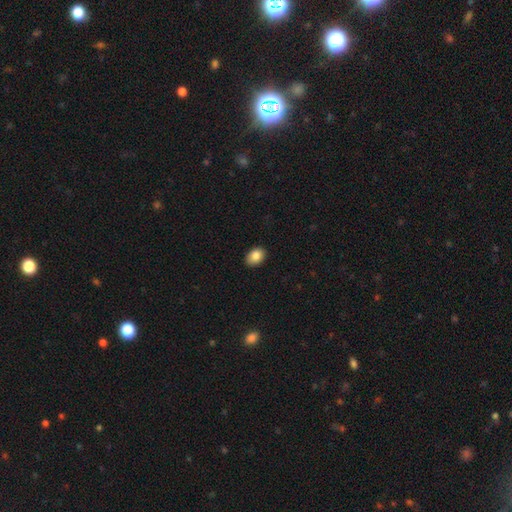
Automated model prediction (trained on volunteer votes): smooth 85%, star or artifact 8%, featured or disk 7%. Down the decision tree: how rounded — in between (80%); merging — none (88%).